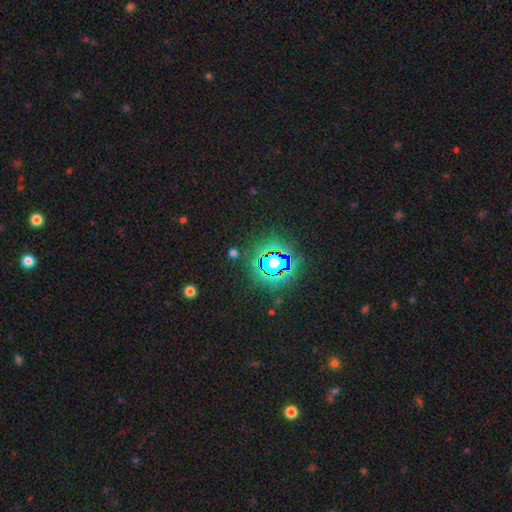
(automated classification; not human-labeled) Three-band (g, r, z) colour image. It shows a star or artifact, not a galaxy (85%).